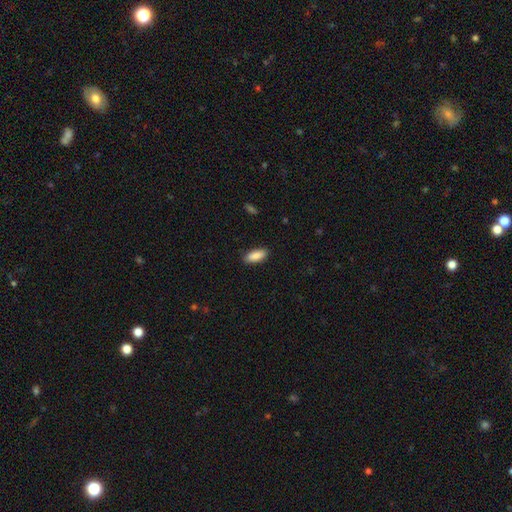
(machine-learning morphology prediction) type=smooth (89%); roundness=in between (80%); merging=none (88%).